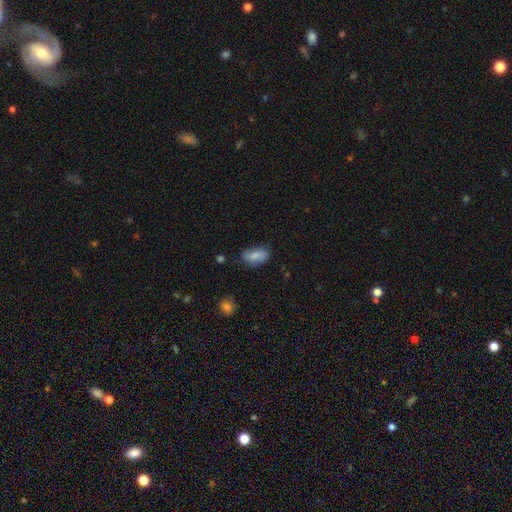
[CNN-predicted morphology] Smooth or featured: smooth — 76% (featured or disk — 17%)
How rounded: in between — 89% (cigar-shaped — 6%)
Merging: none — 72% (minor disturbance — 22%)